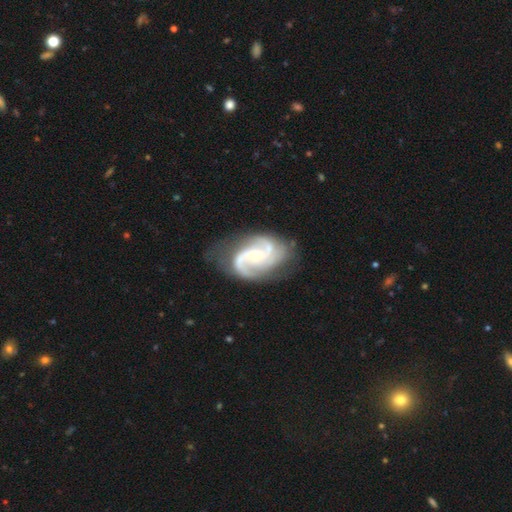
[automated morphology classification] featured or disk 90%, smooth 5%, star or artifact 5%. Down the decision tree: edge-on disk — no (98%); bar — no (56%); spiral arms — yes (98%); spiral arm count — 2 (67%); spiral winding — medium (55%); bulge size — small (52%); merging — none (65%).